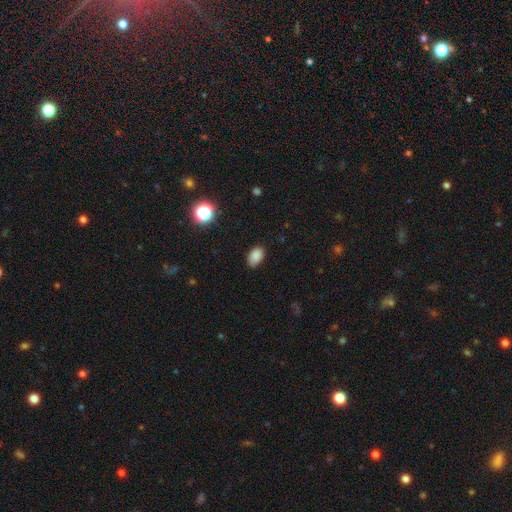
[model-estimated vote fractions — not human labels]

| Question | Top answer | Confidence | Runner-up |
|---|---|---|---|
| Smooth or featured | smooth | 85% | star or artifact (11%) |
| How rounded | in between | 87% | round (12%) |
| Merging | none | 80% | minor disturbance (16%) |